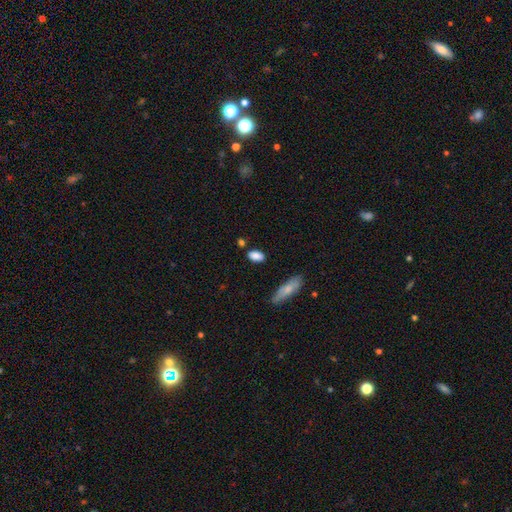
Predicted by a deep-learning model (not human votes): A smooth galaxy with no disk features (86%) that is in between round and cigar-shaped (87%).

Vote fractions:
- Smooth or featured? smooth: 86% / star or artifact: 7% / featured or disk: 7%
- How rounded? in between: 87% / cigar-shaped: 7% / round: 6%
- Merging? none: 78% / minor disturbance: 14% / merger: 5% / major disturbance: 3%